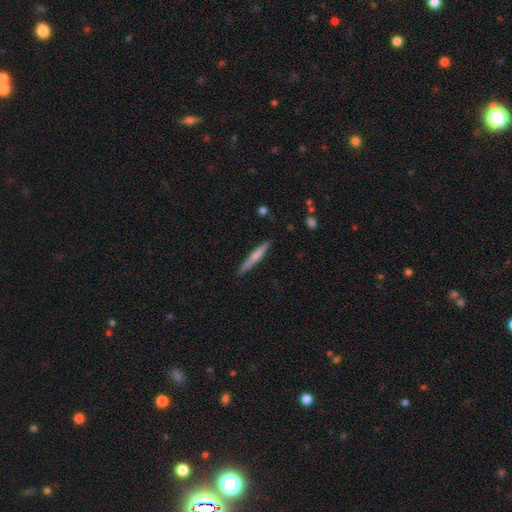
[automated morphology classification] The model was most divided on "smooth or featured": smooth: 58%, featured or disk: 37%, star or artifact: 5%. More confident: how rounded — cigar-shaped (95%); merging — none (88%).